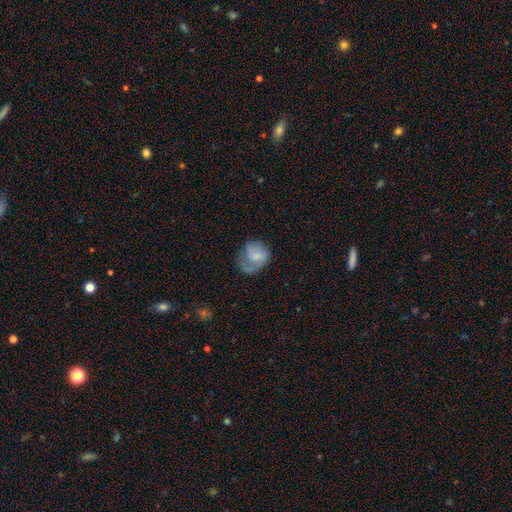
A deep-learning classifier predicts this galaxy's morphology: smooth 53%, featured or disk 40%, star or artifact 8%. Down the decision tree: how rounded — round (61%); merging — none (40%).